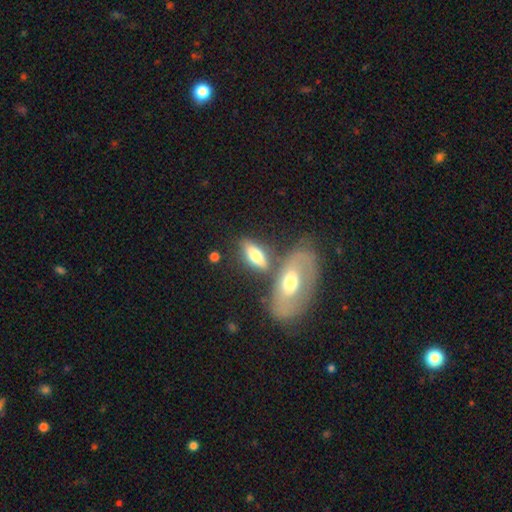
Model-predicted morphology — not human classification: type=smooth (63%); roundness=in between (78%); merging=none (48%).